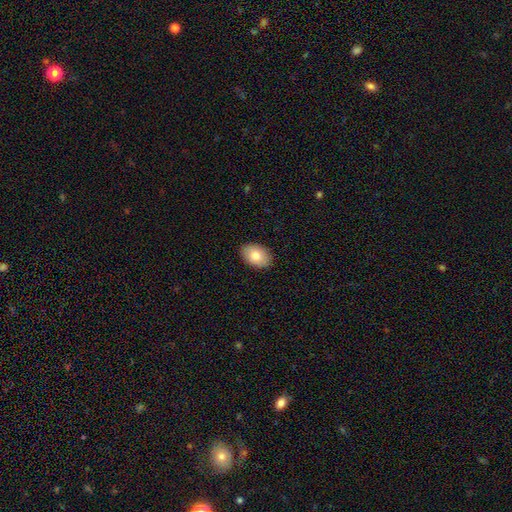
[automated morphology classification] Q: Smooth or featured?
A: smooth (82%); runner-up: featured or disk (12%)
Q: How rounded?
A: in between (86%); runner-up: round (13%)
Q: Merging?
A: none (89%); runner-up: minor disturbance (8%)